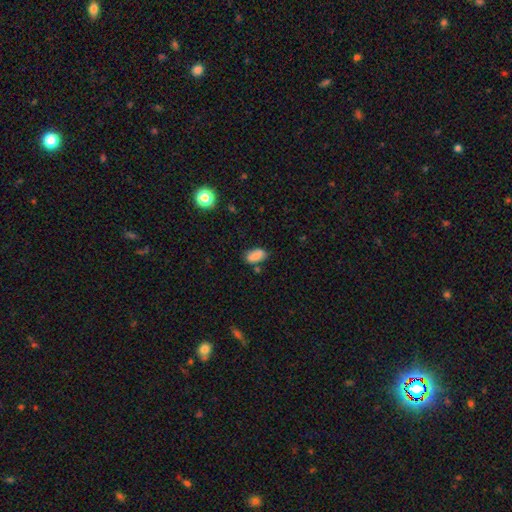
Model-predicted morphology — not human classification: smooth-or-featured: smooth: 85% | star or artifact: 9% | featured or disk: 7%
  how-rounded: in between: 91% | round: 4% | cigar-shaped: 4%
  merging: none: 69% | minor disturbance: 20% | merger: 6% | major disturbance: 4%